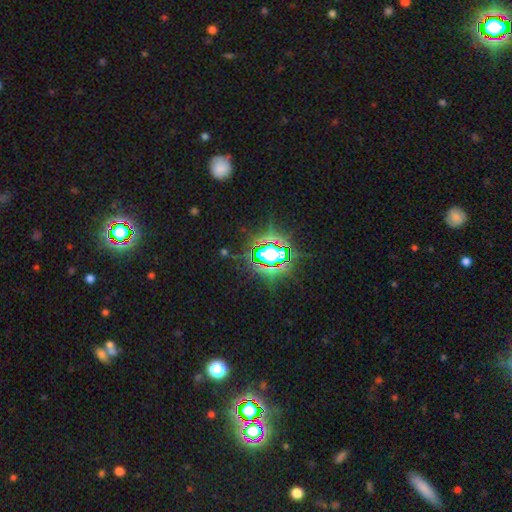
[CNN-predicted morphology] This is likely a star or artifact rather than a galaxy (77%).